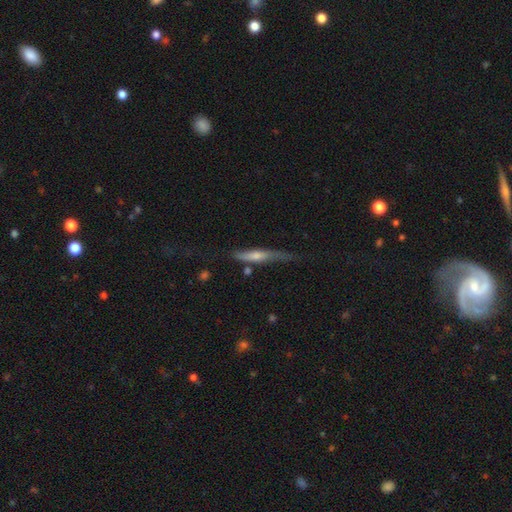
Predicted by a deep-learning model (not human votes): Smooth or featured? featured or disk (53%)
Edge-on disk? yes (88%)
Merging? none (55%)